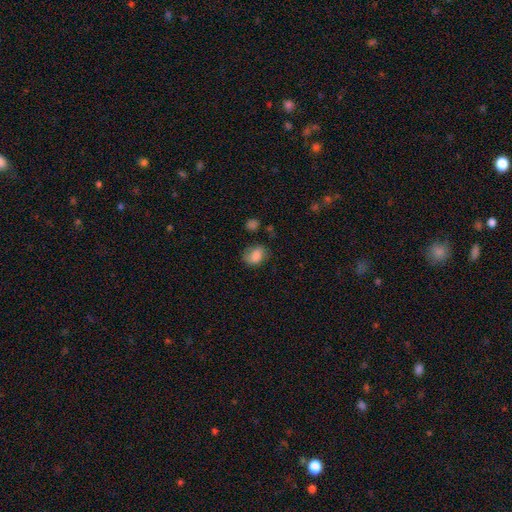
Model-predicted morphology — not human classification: A smooth galaxy with no disk features (79%) that is in between round and cigar-shaped (69%).

Vote fractions:
- Smooth or featured? smooth: 79% / featured or disk: 12% / star or artifact: 9%
- How rounded? in between: 69% / round: 30% / cigar-shaped: 1%
- Merging? none: 59% / minor disturbance: 27% / major disturbance: 10% / merger: 4%